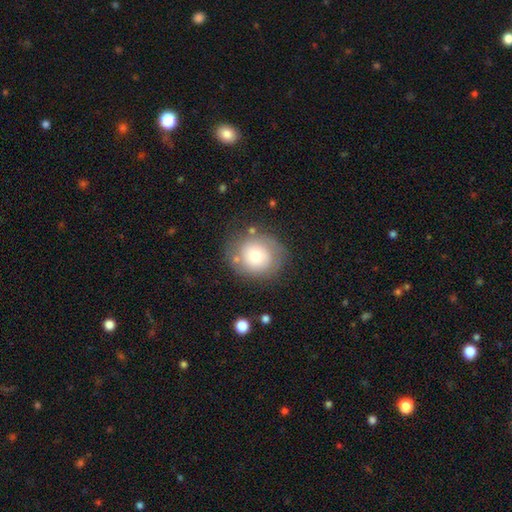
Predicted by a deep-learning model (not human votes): smooth 60%, featured or disk 30%, star or artifact 9%. Down the decision tree: how rounded — round (81%); merging — none (73%).